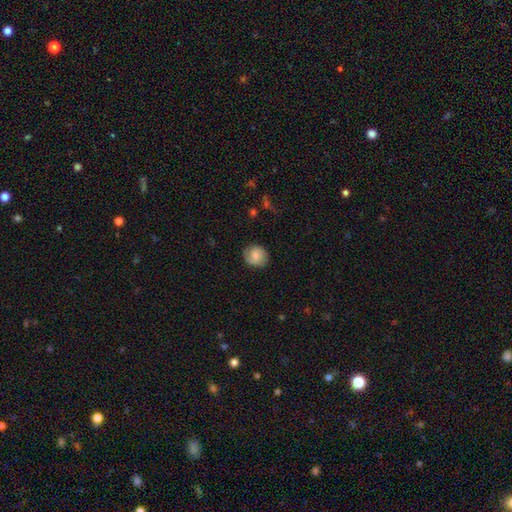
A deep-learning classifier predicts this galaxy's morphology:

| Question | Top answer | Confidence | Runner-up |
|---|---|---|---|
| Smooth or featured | smooth | 64% | featured or disk (29%) |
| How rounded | round | 79% | in between (20%) |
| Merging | none | 77% | minor disturbance (17%) |